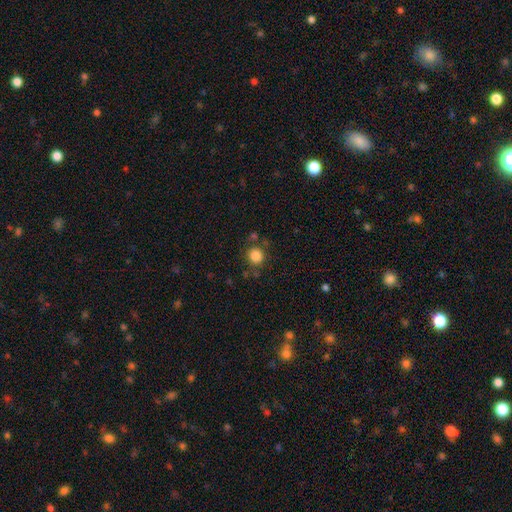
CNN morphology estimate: type=smooth (85%); roundness=round (90%); merging=none (79%).